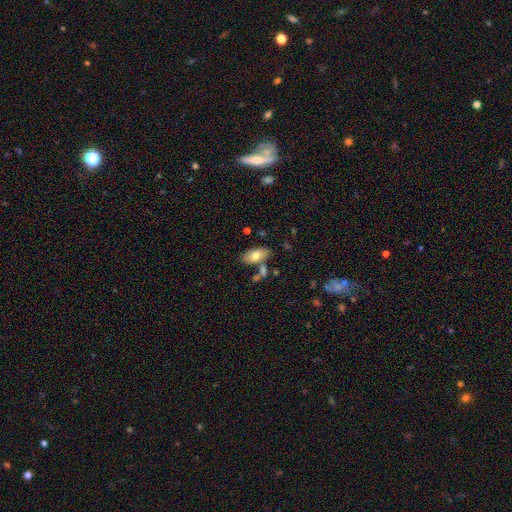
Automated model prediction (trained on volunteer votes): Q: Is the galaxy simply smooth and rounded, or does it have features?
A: smooth — 74%.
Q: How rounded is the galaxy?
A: in between — 91%.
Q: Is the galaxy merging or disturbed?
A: none — 68%.